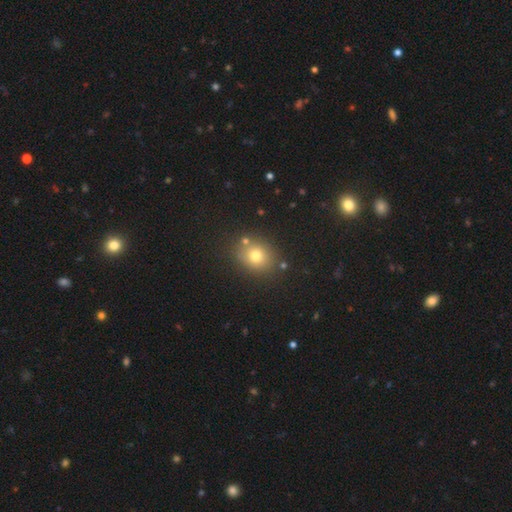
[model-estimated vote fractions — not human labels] Smooth or featured?
  - smooth: 73% *
  - star or artifact: 16%
  - featured or disk: 10%
How rounded?
  - round: 64% *
  - in between: 35%
  - cigar-shaped: 1%
Merging?
  - none: 79% *
  - minor disturbance: 10%
  - merger: 7%
  - major disturbance: 3%